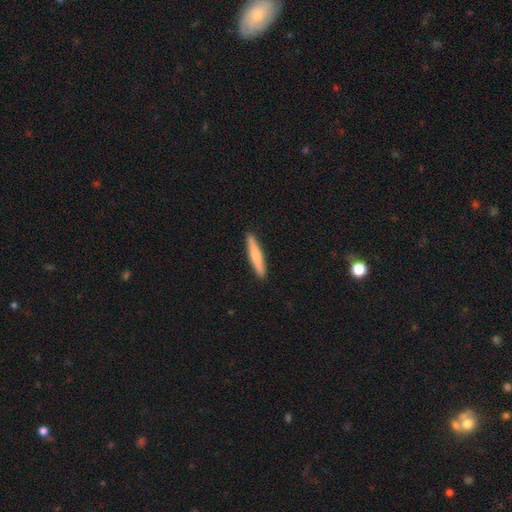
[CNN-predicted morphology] Smooth or featured? smooth (71%)
How rounded? cigar-shaped (93%)
Merging? none (92%)